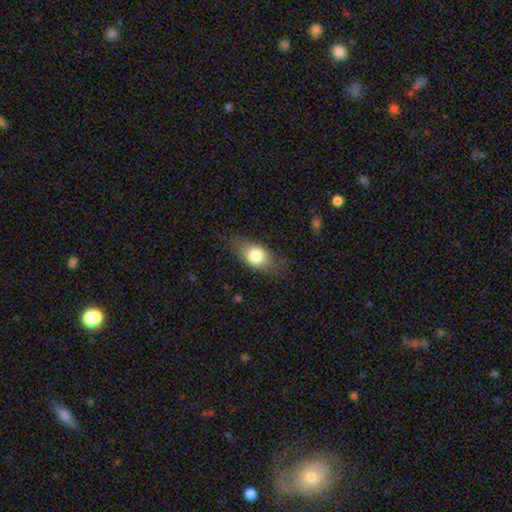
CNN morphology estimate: Q: Smooth or featured?
A: smooth (75%); runner-up: featured or disk (18%)
Q: How rounded?
A: in between (75%); runner-up: round (19%)
Q: Merging?
A: none (71%); runner-up: minor disturbance (20%)